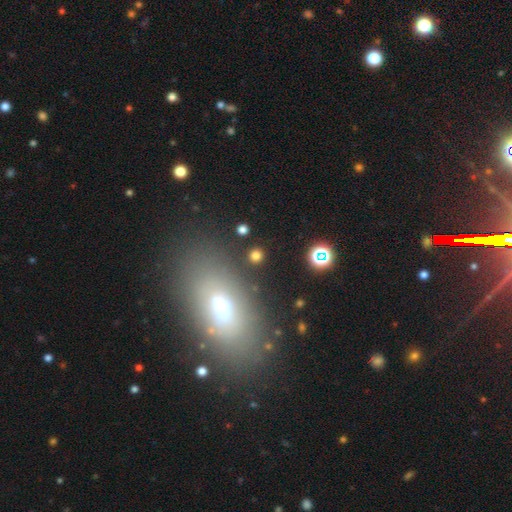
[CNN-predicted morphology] Smooth or featured?
  - smooth: 75% *
  - star or artifact: 18%
  - featured or disk: 7%
How rounded?
  - round: 85% *
  - in between: 13%
  - cigar-shaped: 2%
Merging?
  - none: 87% *
  - minor disturbance: 6%
  - merger: 4%
  - major disturbance: 3%